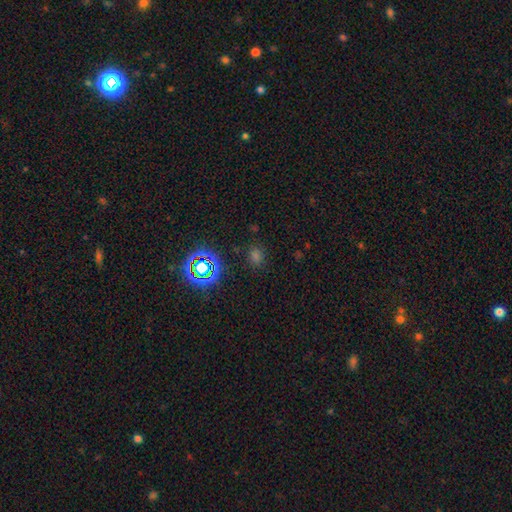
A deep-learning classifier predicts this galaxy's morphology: smooth_or_featured: smooth (p=0.56) [alt: star or artifact p=0.38]
how_rounded: round (p=0.59) [alt: in between p=0.40]
merging: none (p=0.83) [alt: minor disturbance p=0.11]